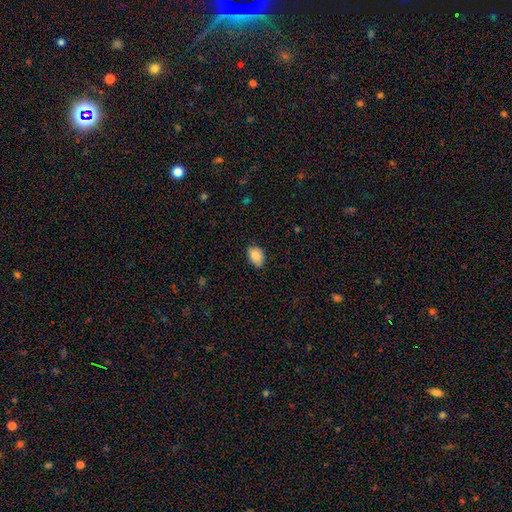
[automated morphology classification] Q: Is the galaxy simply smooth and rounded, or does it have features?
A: smooth — 85%.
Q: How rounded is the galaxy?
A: in between — 81%.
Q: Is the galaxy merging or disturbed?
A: none — 83%.